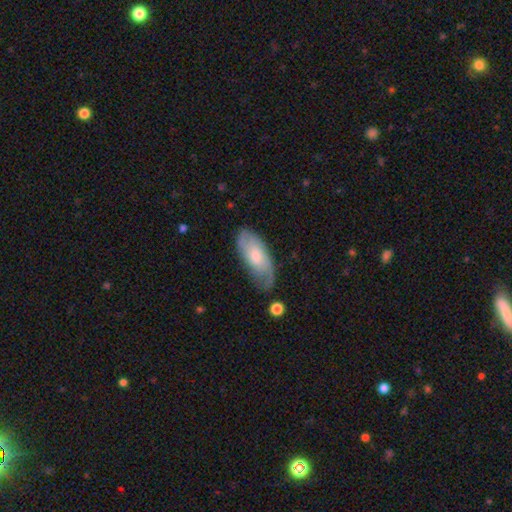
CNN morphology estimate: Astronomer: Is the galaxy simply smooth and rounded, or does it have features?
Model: smooth — 55% (runner-up: featured or disk, 39%).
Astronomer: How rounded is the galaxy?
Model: in between — 86%.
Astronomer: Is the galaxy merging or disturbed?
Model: none — 58%.